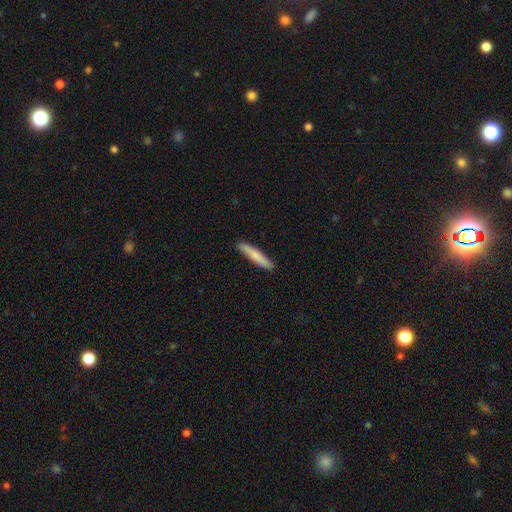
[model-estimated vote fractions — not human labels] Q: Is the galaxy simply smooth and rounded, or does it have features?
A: smooth — 78%.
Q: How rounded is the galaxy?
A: cigar-shaped — 93%.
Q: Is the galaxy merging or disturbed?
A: none — 89%.